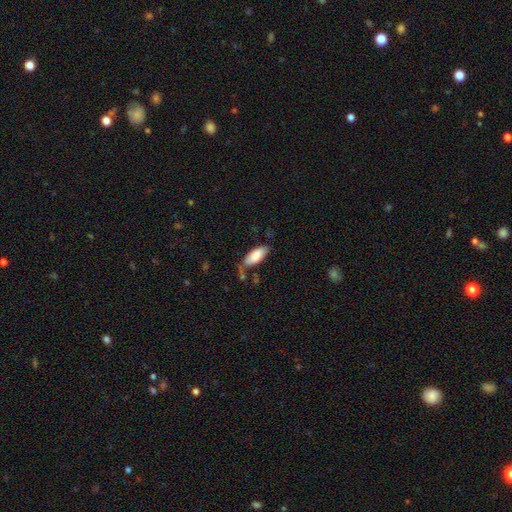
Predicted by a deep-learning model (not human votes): Q: Smooth or featured?
A: smooth (84%); runner-up: featured or disk (9%)
Q: How rounded?
A: in between (85%); runner-up: cigar-shaped (13%)
Q: Merging?
A: none (58%); runner-up: minor disturbance (26%)